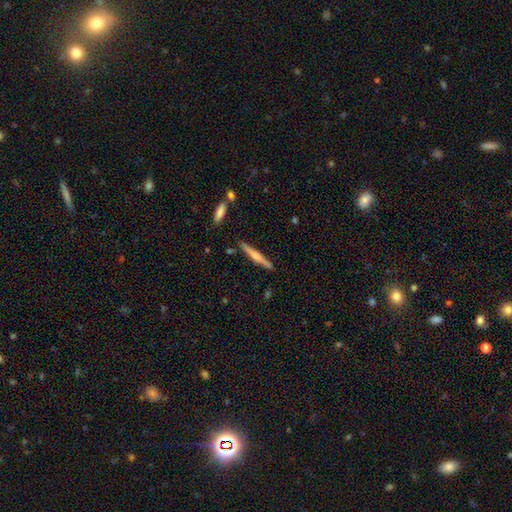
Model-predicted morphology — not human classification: Smooth or featured?
  - featured or disk: 52% *
  - smooth: 42%
  - star or artifact: 6%
Edge-on disk?
  - yes: 97% *
  - no: 3%
Edge-on bulge?
  - rounded: 64% *
  - none: 20%
  - boxy: 15%
Merging?
  - none: 86% *
  - minor disturbance: 10%
  - merger: 3%
  - major disturbance: 2%